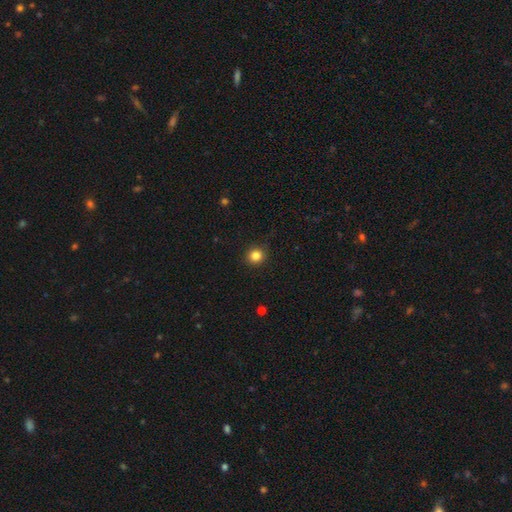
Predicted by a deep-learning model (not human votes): smooth 84%, star or artifact 11%, featured or disk 4%. Down the decision tree: how rounded — round (92%); merging — none (90%).